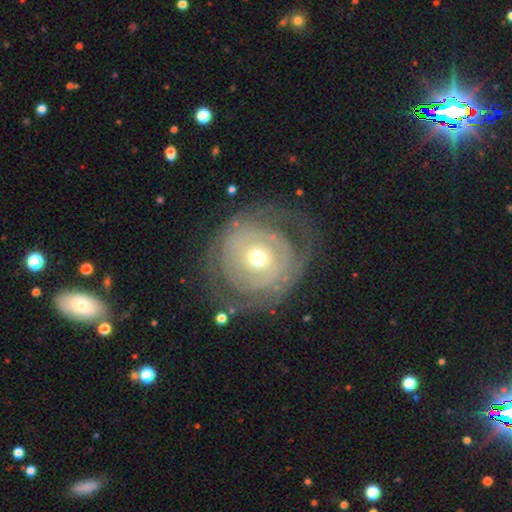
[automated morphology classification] A featured or disk galaxy (73%) with no bar (73%), spiral arms (65%) and a moderate central bulge (63%).

Vote fractions:
- Smooth or featured? featured or disk: 73% / smooth: 20% / star or artifact: 7%
- Edge-on disk? no: 96% / yes: 4%
- Bar? no: 73% / weak: 19% / strong: 7%
- Spiral arms? yes: 65% / no: 35%
- Bulge size? moderate: 63% / small: 30% / large: 5% / dominant: 1% / none: 1%
- Merging? none: 69% / minor disturbance: 16% / major disturbance: 14% / merger: 2%